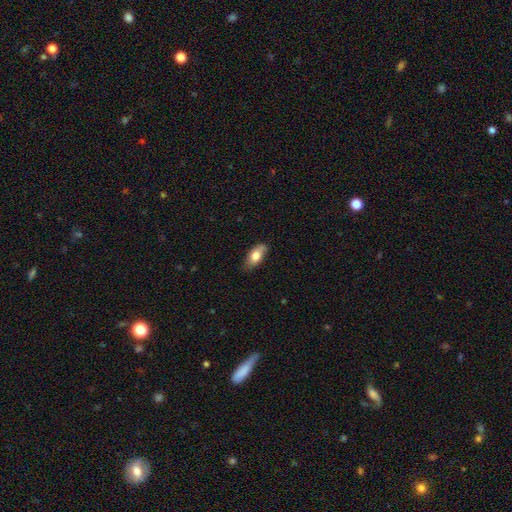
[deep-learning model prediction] Smooth or featured: smooth — 75% (featured or disk — 19%)
How rounded: in between — 85% (cigar-shaped — 12%)
Merging: none — 79% (minor disturbance — 17%)